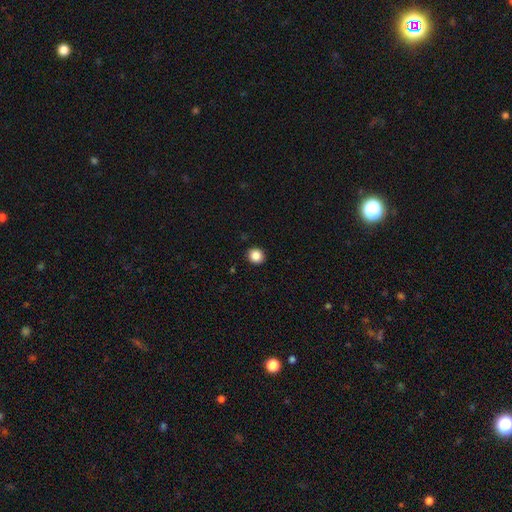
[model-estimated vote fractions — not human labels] Q: Smooth or featured?
A: smooth (87%); runner-up: star or artifact (10%)
Q: How rounded?
A: round (88%); runner-up: in between (11%)
Q: Merging?
A: none (92%); runner-up: minor disturbance (5%)